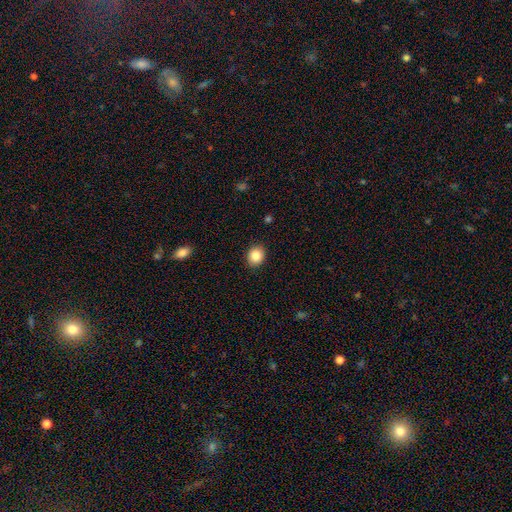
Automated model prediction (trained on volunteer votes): Overall: smooth (86%). How rounded: round (67%; in between 32%). Merging: none (91%).